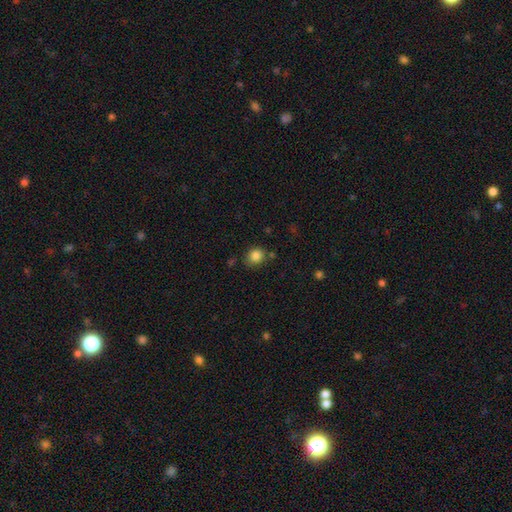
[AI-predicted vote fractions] smooth-or-featured: smooth: 85% | star or artifact: 10% | featured or disk: 4%
  how-rounded: round: 71% | in between: 28% | cigar-shaped: 1%
  merging: none: 74% | minor disturbance: 16% | merger: 5% | major disturbance: 4%